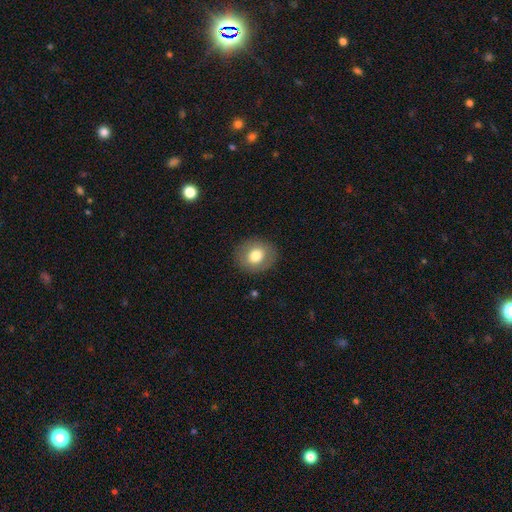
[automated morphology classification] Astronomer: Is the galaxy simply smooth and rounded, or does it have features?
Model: smooth — 75%.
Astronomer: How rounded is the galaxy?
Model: round — 71%.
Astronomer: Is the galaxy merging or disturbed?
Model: none — 87%.